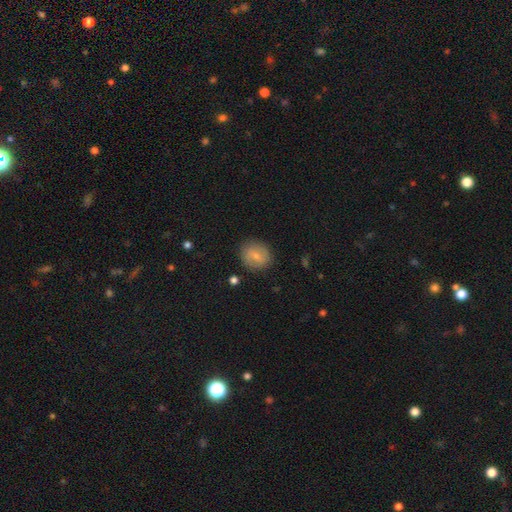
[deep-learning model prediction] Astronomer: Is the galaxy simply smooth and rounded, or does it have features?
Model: smooth — 62%.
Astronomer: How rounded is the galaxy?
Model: round — 72%.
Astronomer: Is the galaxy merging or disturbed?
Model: none — 84%.